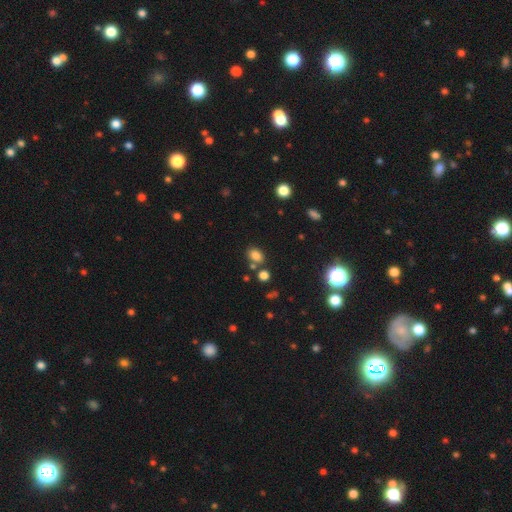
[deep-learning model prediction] A smooth galaxy with no disk features (80%) that is in between round and cigar-shaped (74%).

Vote fractions:
- Smooth or featured? smooth: 80% / star or artifact: 14% / featured or disk: 6%
- How rounded? in between: 74% / round: 24% / cigar-shaped: 1%
- Merging? none: 70% / merger: 14% / minor disturbance: 13% / major disturbance: 4%